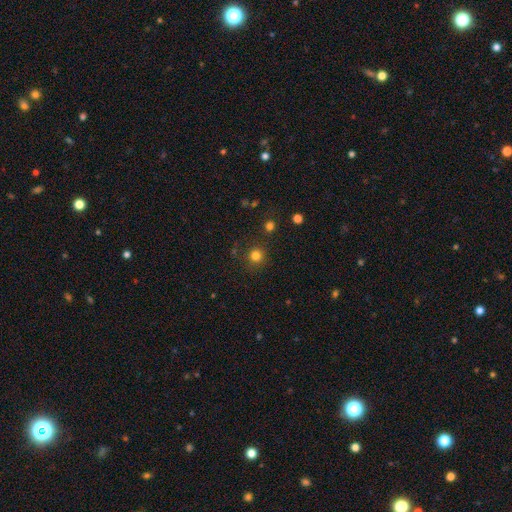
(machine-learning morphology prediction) A smooth galaxy with no disk features (79%) that is round (94%).

Vote fractions:
- Smooth or featured? smooth: 79% / star or artifact: 16% / featured or disk: 5%
- How rounded? round: 94% / in between: 5% / cigar-shaped: 1%
- Merging? none: 86% / minor disturbance: 7% / merger: 3% / major disturbance: 3%